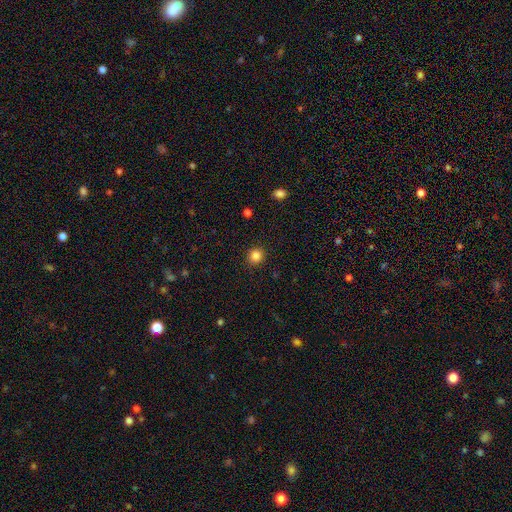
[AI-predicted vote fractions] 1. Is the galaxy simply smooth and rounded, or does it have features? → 84% smooth, 12% star or artifact, 4% featured or disk.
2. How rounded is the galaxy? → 88% round, 11% in between, 1% cigar-shaped.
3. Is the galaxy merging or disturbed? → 91% none, 6% minor disturbance, 2% major disturbance, 1% merger.